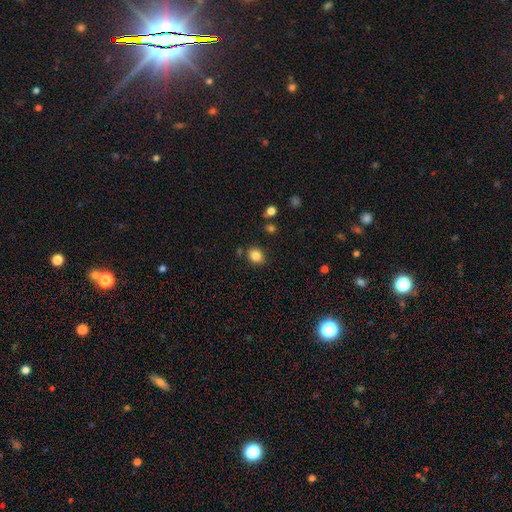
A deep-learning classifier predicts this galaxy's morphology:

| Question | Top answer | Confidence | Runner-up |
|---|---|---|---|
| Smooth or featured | smooth | 83% | star or artifact (11%) |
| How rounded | round | 63% | in between (36%) |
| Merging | none | 82% | minor disturbance (11%) |